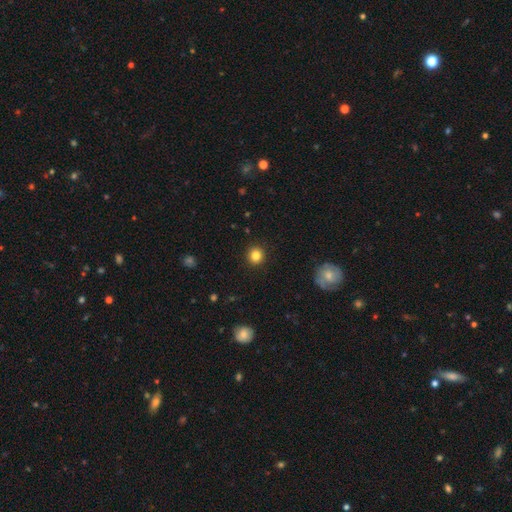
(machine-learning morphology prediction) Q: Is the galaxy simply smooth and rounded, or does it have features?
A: smooth — 84%.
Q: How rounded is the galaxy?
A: round — 93%.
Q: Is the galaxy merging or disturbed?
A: none — 92%.